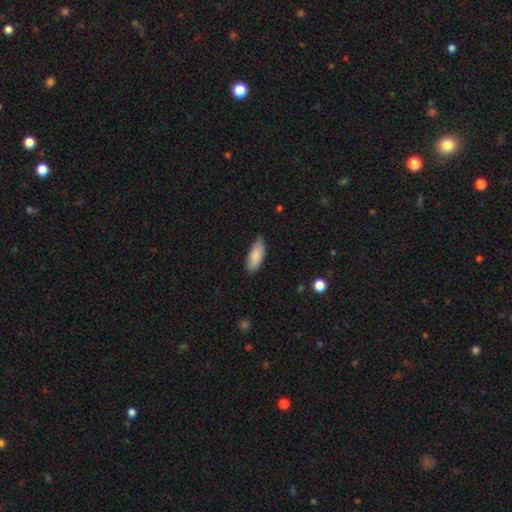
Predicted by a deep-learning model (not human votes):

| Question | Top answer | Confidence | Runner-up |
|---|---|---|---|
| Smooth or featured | smooth | 87% | featured or disk (7%) |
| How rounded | in between | 83% | cigar-shaped (15%) |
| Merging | none | 71% | minor disturbance (25%) |